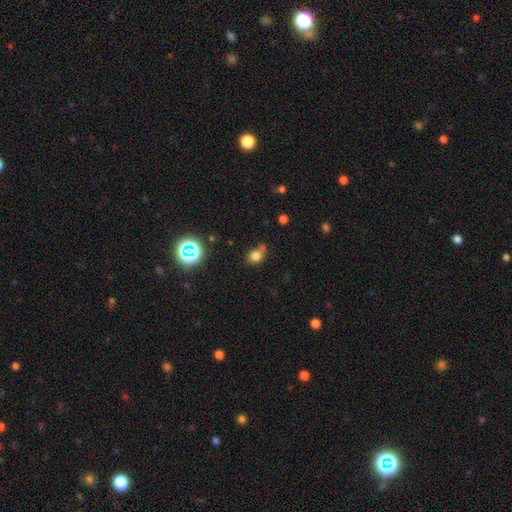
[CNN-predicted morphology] smooth-or-featured: smooth: 75% | star or artifact: 17% | featured or disk: 8%
  how-rounded: round: 54% | in between: 45% | cigar-shaped: 1%
  merging: none: 53% | minor disturbance: 22% | merger: 17% | major disturbance: 8%